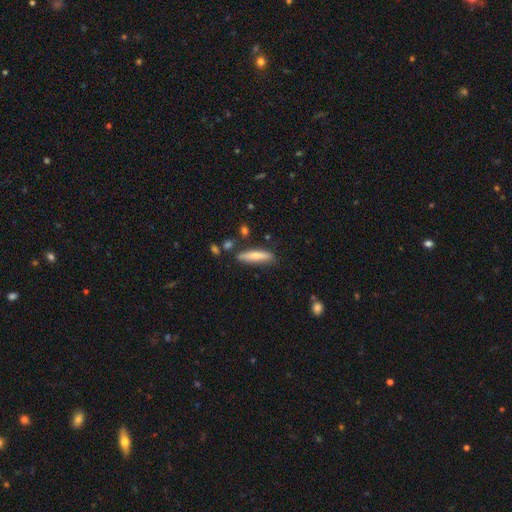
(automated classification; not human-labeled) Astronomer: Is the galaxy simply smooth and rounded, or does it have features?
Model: smooth — 70%.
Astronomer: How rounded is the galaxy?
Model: cigar-shaped — 81%.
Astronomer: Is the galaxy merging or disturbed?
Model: none — 81%.